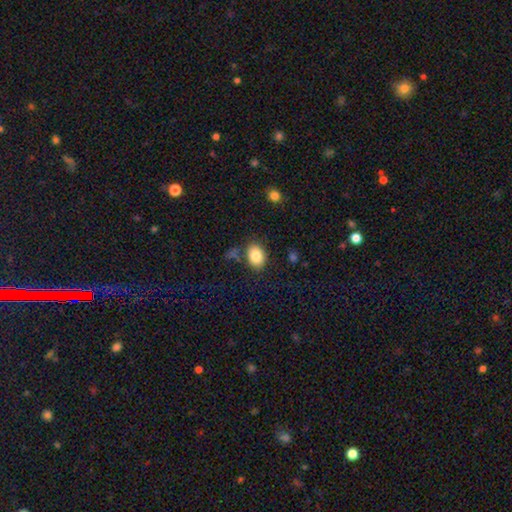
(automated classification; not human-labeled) This appears to be a smooth galaxy with no disk features (85%) that is in between round and cigar-shaped (74%). Merging: none (78%).